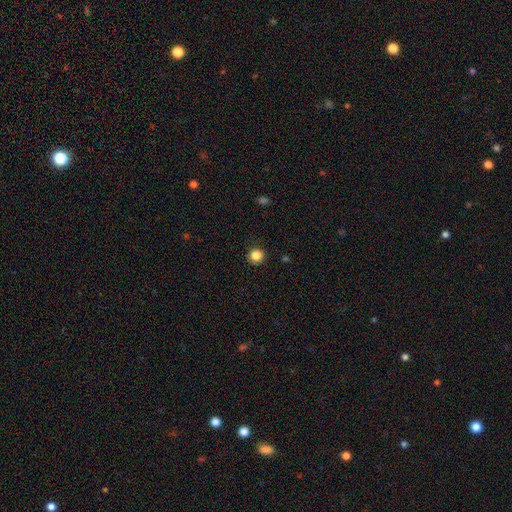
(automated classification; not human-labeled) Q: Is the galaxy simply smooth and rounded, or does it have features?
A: smooth — 85%.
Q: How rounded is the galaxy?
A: round — 89%.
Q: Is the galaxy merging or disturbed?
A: none — 91%.